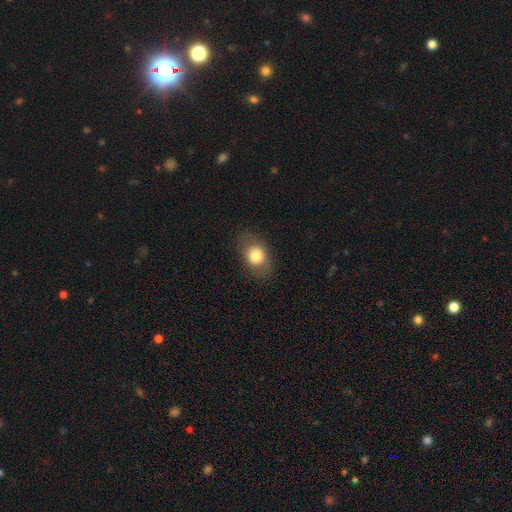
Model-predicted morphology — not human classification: This appears to be a smooth galaxy with no disk features (77%) that is in between round and cigar-shaped (65%). Merging: none (83%).